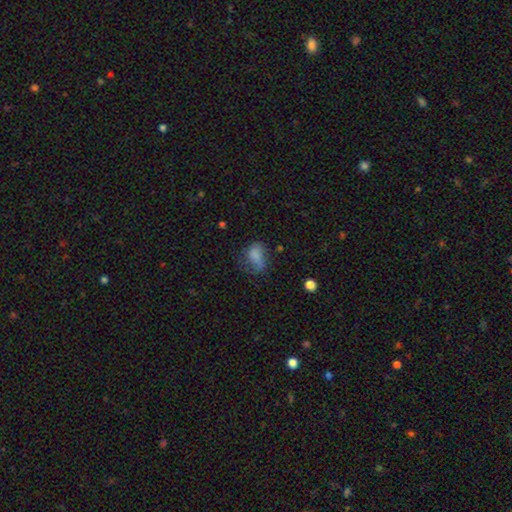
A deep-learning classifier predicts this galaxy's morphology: smooth_or_featured: smooth (p=0.70) [alt: featured or disk p=0.18]
how_rounded: in between (p=0.80) [alt: round p=0.17]
merging: major disturbance (p=0.38) [alt: none p=0.31]